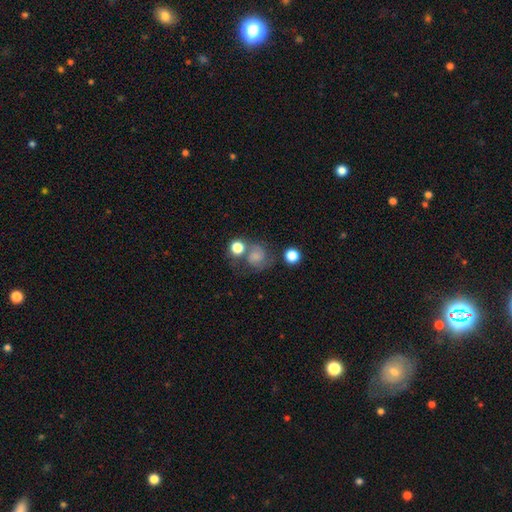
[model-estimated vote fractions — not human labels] The model was most divided on "smooth or featured": smooth: 53%, featured or disk: 34%, star or artifact: 13%. Remaining: how rounded — round (78%); merging — none (49%).